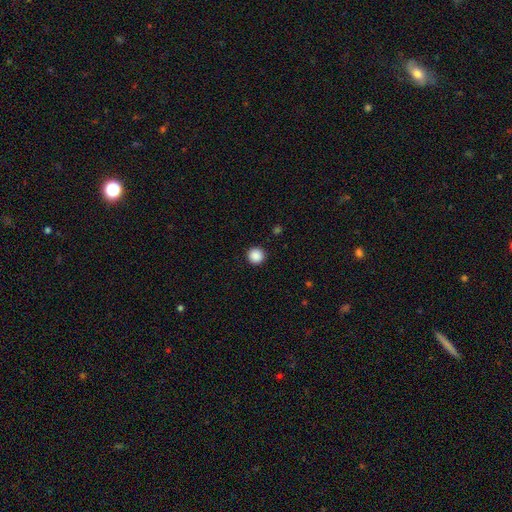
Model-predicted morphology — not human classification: A smooth galaxy with no disk features (88%) that is round (96%). Merging: none (93%).